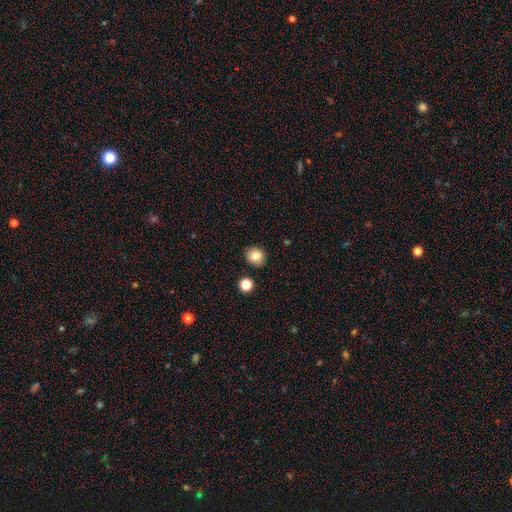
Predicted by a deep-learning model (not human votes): The model was most divided on "how rounded": round: 79%, in between: 20%, cigar-shaped: 1%. More confident: merging — none (88%); smooth or featured — smooth (81%).